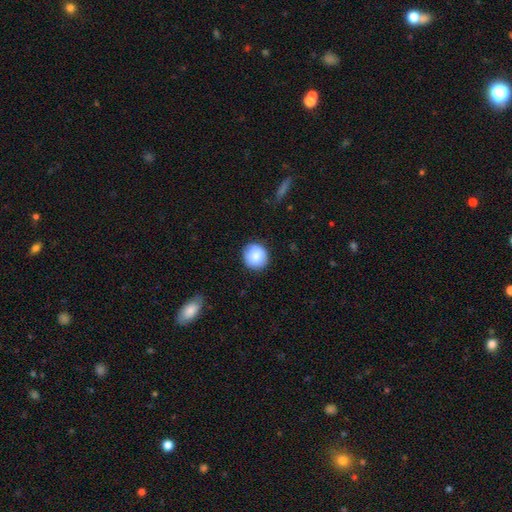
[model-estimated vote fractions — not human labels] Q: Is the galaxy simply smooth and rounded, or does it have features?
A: smooth — 83%.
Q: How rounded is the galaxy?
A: round — 91%.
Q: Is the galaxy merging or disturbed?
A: none — 88%.